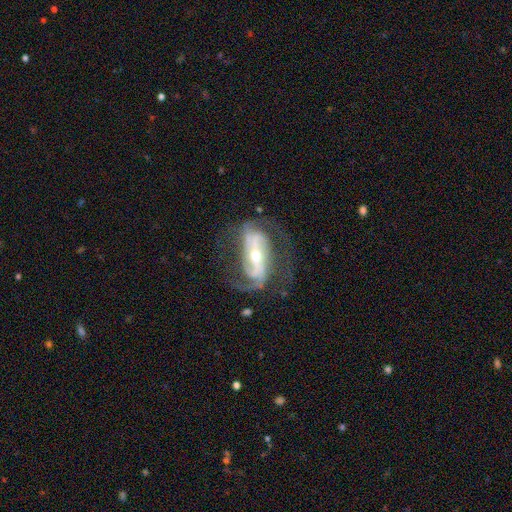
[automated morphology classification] featured or disk 88%, smooth 6%, star or artifact 5%. Down the decision tree: edge-on disk — no (94%); bar — strong (58%); spiral arms — yes (95%); spiral arm count — 2 (71%); spiral winding — medium (47%); bulge size — small (49%); merging — none (63%).